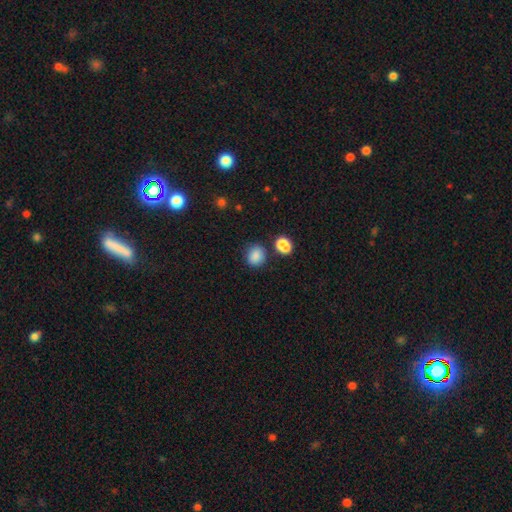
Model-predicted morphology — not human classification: A smooth galaxy with no disk features (85%) that is round (71%).

Vote fractions:
- Smooth or featured? smooth: 85% / star or artifact: 11% / featured or disk: 5%
- How rounded? round: 71% / in between: 28% / cigar-shaped: 1%
- Merging? none: 75% / minor disturbance: 12% / merger: 9% / major disturbance: 3%